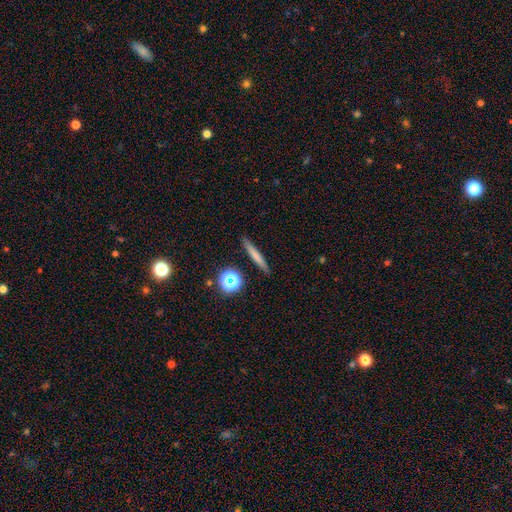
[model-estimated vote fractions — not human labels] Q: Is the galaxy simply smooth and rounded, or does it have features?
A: smooth — 65%.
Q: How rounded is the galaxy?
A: cigar-shaped — 91%.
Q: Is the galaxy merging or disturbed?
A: none — 88%.